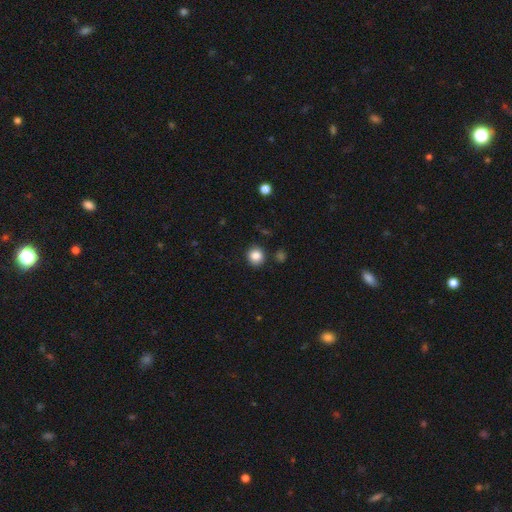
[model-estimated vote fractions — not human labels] Q: Smooth or featured?
A: smooth (85%); runner-up: star or artifact (10%)
Q: How rounded?
A: round (87%); runner-up: in between (12%)
Q: Merging?
A: none (88%); runner-up: minor disturbance (7%)